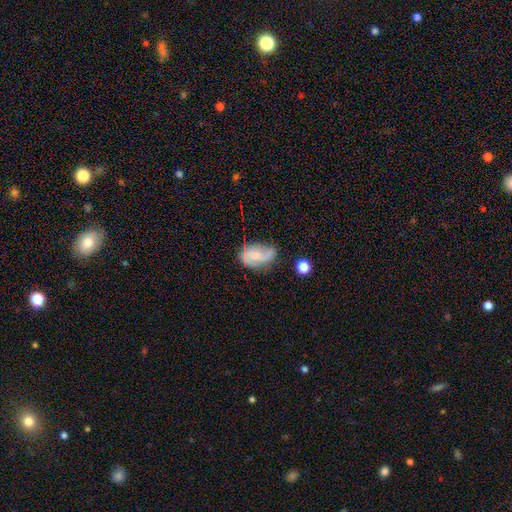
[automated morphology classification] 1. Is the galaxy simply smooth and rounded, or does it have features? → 46% featured or disk, 44% smooth, 10% star or artifact.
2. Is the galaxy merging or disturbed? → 45% none, 32% minor disturbance, 18% major disturbance, 5% merger.